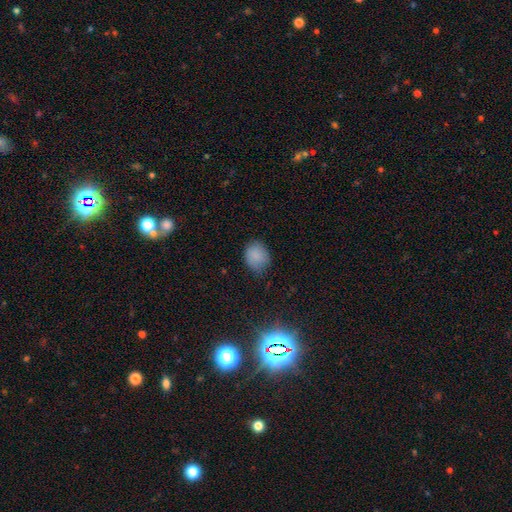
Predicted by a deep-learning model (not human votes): Smooth or featured: smooth — 85% (star or artifact — 9%)
How rounded: round — 55% (in between — 44%)
Merging: none — 71% (minor disturbance — 24%)